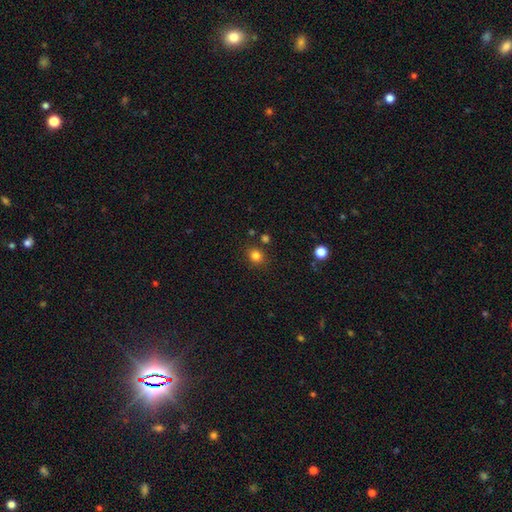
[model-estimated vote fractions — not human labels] This is clearly a smooth galaxy (82%). How rounded: likely round (78%). Merging: clearly none (84%).